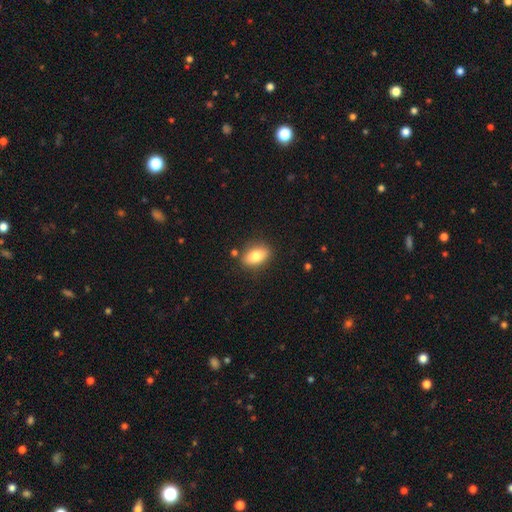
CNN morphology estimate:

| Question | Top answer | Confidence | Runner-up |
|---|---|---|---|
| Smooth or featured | smooth | 79% | featured or disk (14%) |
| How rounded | in between | 85% | round (11%) |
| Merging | none | 83% | minor disturbance (11%) |